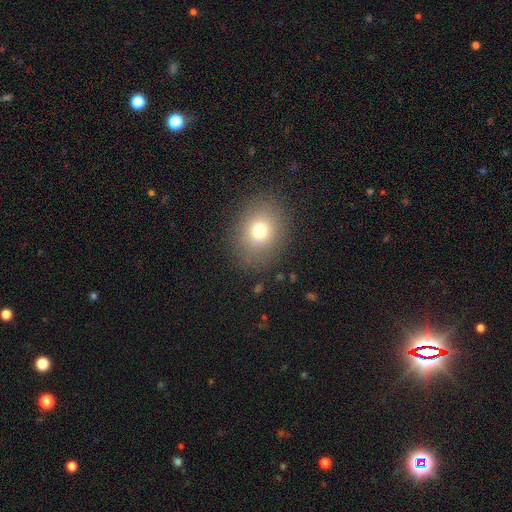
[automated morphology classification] The model was most divided on "how rounded": round: 57%, in between: 42%, cigar-shaped: 1%. More confident: merging — none (89%); smooth or featured — smooth (70%).